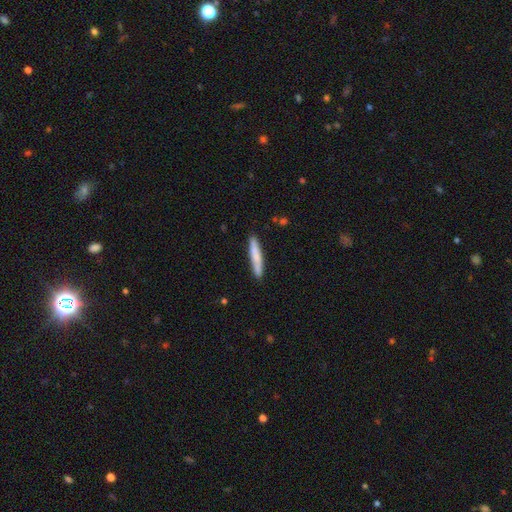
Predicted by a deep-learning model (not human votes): This is likely a smooth galaxy (74%). How rounded: clearly cigar-shaped (93%). Merging: clearly none (87%).